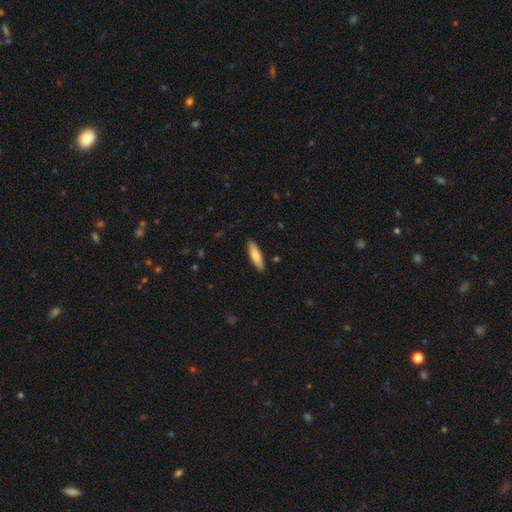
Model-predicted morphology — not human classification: This is likely a smooth galaxy (73%). How rounded: likely cigar-shaped (65%). Merging: clearly none (89%).